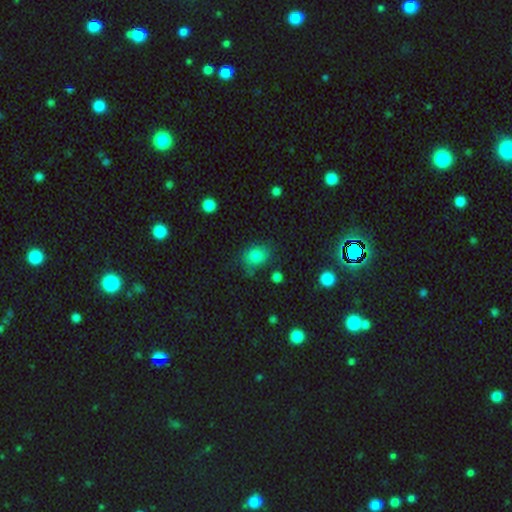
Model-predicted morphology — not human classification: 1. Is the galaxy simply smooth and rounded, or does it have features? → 79% smooth, 12% star or artifact, 9% featured or disk.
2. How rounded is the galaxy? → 52% in between, 47% round, 1% cigar-shaped.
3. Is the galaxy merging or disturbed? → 67% none, 22% minor disturbance, 7% major disturbance, 4% merger.